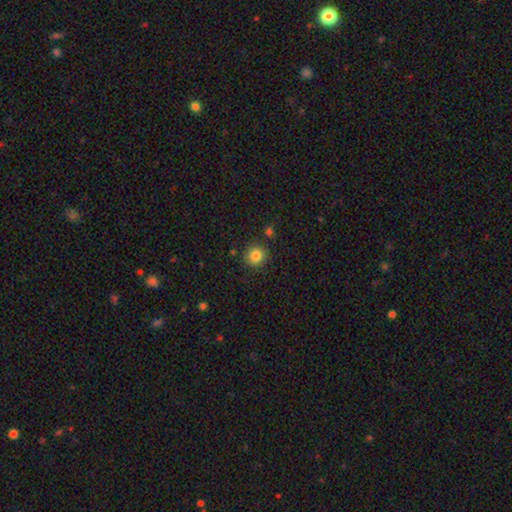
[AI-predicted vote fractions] smooth-or-featured: smooth: 84% | star or artifact: 11% | featured or disk: 6%
  how-rounded: round: 91% | in between: 8% | cigar-shaped: 1%
  merging: none: 87% | minor disturbance: 7% | merger: 3% | major disturbance: 2%